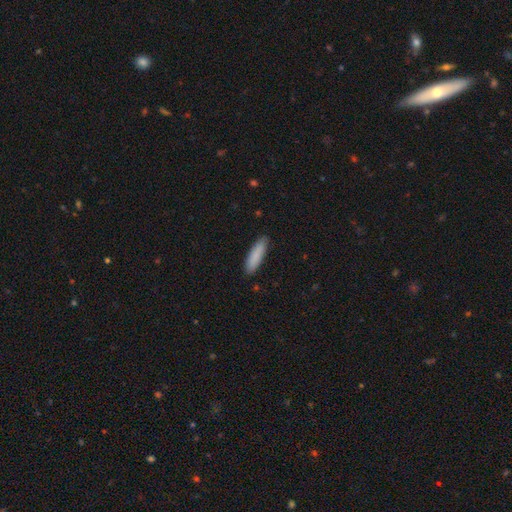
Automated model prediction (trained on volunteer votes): Overall: smooth (87%). How rounded: cigar-shaped (69%; in between 30%). Merging: none (87%).